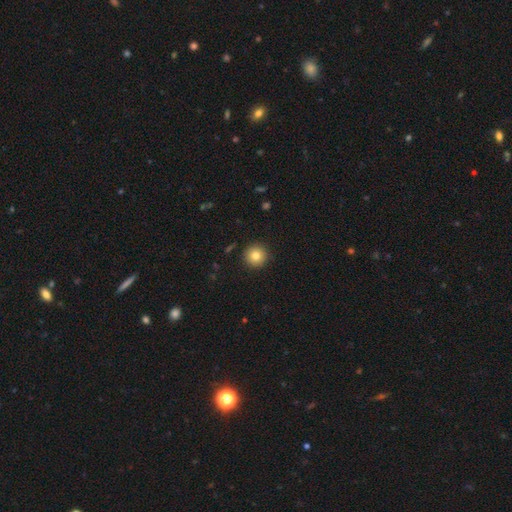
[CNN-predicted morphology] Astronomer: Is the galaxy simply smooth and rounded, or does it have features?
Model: smooth — 82%.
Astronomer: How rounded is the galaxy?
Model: round — 96%.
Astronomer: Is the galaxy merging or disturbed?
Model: none — 92%.